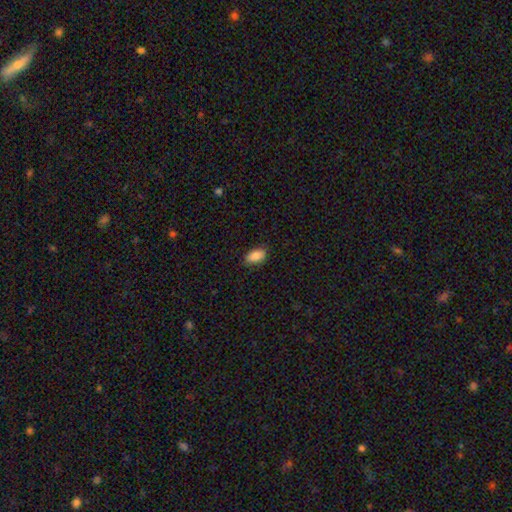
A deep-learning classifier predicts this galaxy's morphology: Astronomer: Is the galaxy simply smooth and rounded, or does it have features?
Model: smooth — 87%.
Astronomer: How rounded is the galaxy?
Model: in between — 92%.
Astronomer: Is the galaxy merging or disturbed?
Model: none — 84%.